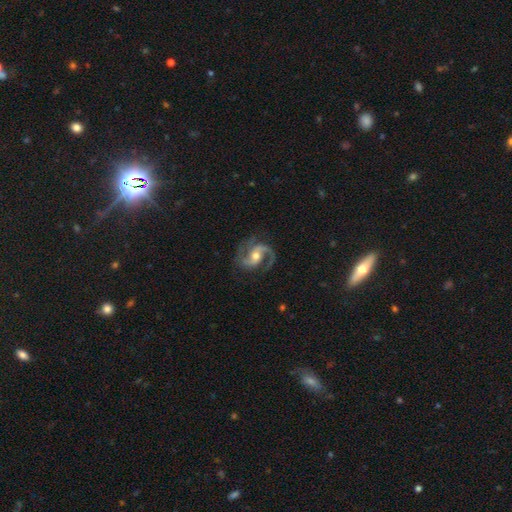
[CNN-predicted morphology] The model was most divided on "bar": no: 41%, weak: 39%, strong: 20%. More confident: spiral arms — yes (98%); edge-on disk — no (98%); smooth or featured — featured or disk (92%); spiral arm count — 2 (92%); merging — none (78%); bulge size — moderate (70%); spiral winding — medium (60%).